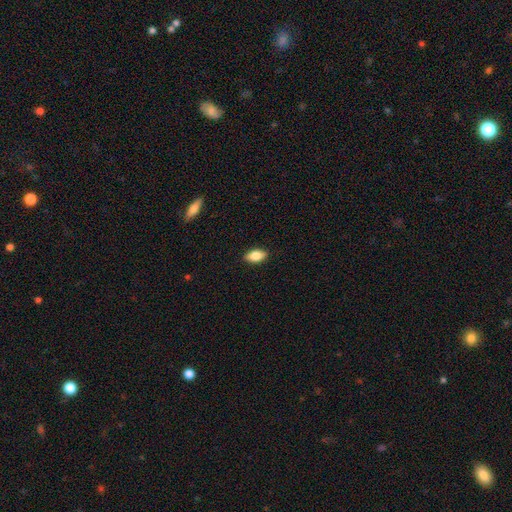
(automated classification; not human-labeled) A smooth galaxy with no disk features (81%) that is in between round and cigar-shaped (89%). Merging: none (89%).